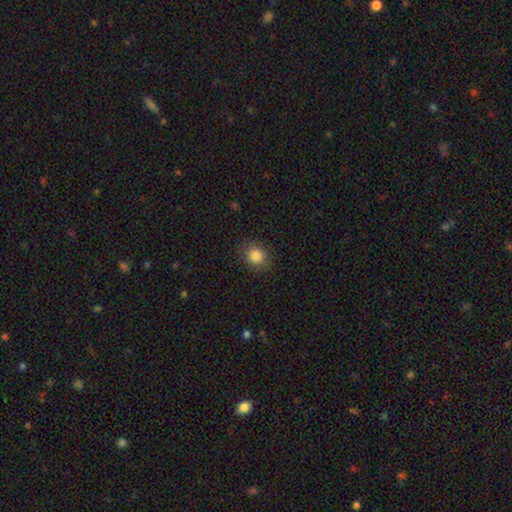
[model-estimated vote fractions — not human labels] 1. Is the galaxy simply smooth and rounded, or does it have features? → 85% smooth, 10% star or artifact, 5% featured or disk.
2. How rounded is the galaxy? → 69% round, 30% in between, 1% cigar-shaped.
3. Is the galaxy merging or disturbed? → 87% none, 10% minor disturbance, 3% major disturbance, 1% merger.